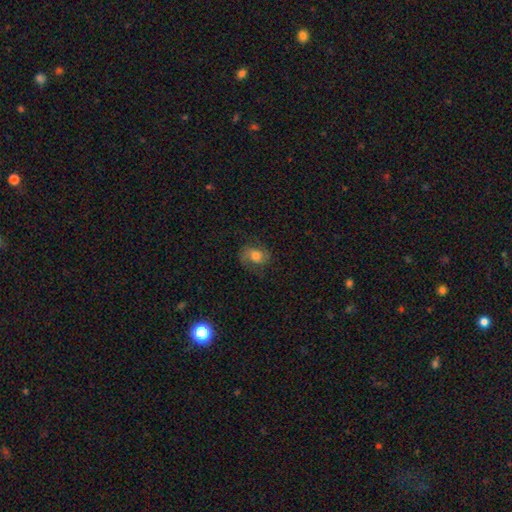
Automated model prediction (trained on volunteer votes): smooth-or-featured: featured or disk: 49% | smooth: 40% | star or artifact: 11%
  merging: none: 65% | minor disturbance: 20% | major disturbance: 14% | merger: 1%